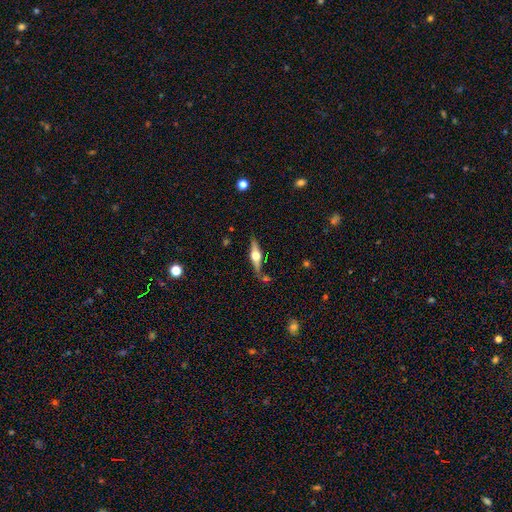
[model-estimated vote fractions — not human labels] smooth-or-featured: featured or disk: 71% | smooth: 23% | star or artifact: 6%
  disk-edge-on: yes: 96% | no: 4%
    edge-on-bulge: rounded: 94% | boxy: 4% | none: 1%
  merging: none: 77% | minor disturbance: 13% | merger: 6% | major disturbance: 4%